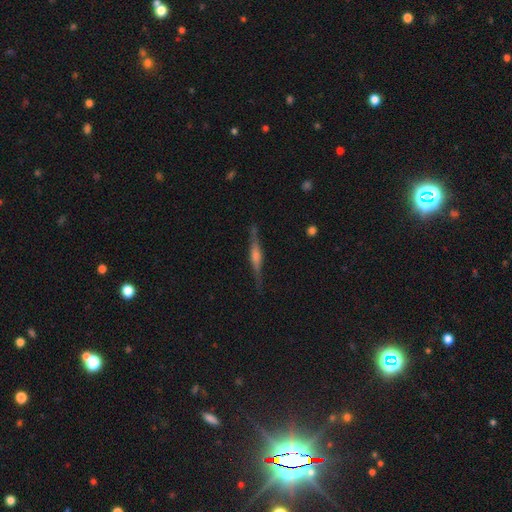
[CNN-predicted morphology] Smooth or featured?
  - featured or disk: 73% *
  - smooth: 20%
  - star or artifact: 7%
Edge-on disk?
  - yes: 97% *
  - no: 3%
Edge-on bulge?
  - rounded: 61% *
  - boxy: 32%
  - none: 7%
Merging?
  - none: 85% *
  - minor disturbance: 11%
  - major disturbance: 3%
  - merger: 1%